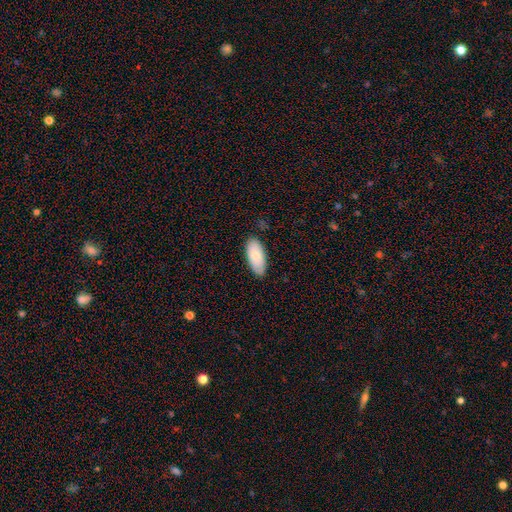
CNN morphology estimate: This appears to be a smooth galaxy with no disk features (80%) that is in between round and cigar-shaped (90%). Merging: none (84%).